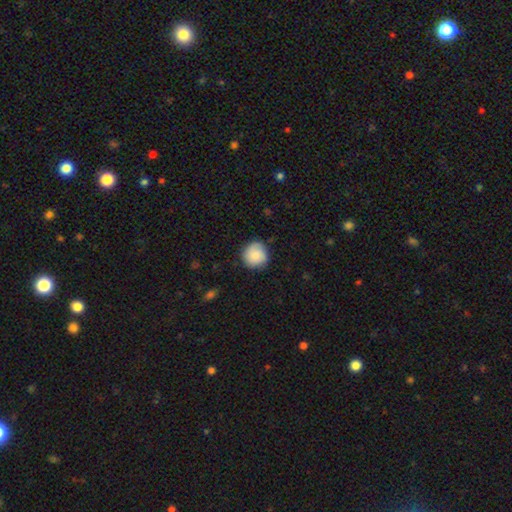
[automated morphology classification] A smooth galaxy with no disk features (81%) that is round (91%). Merging: none (81%).